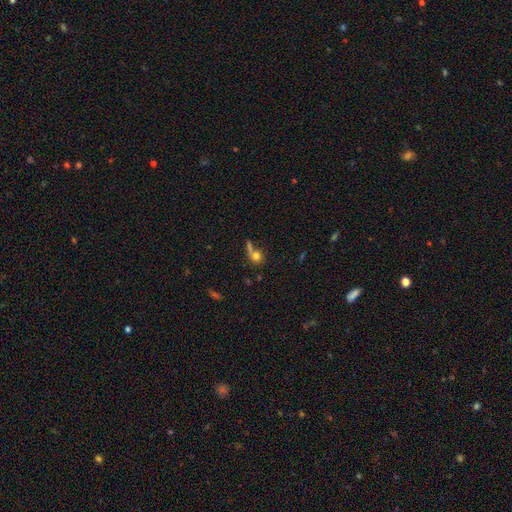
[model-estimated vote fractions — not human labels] The model was most divided on "merging": none: 46%, merger: 29%, major disturbance: 13%, minor disturbance: 13%. More confident: how rounded — round (75%); smooth or featured — smooth (72%).